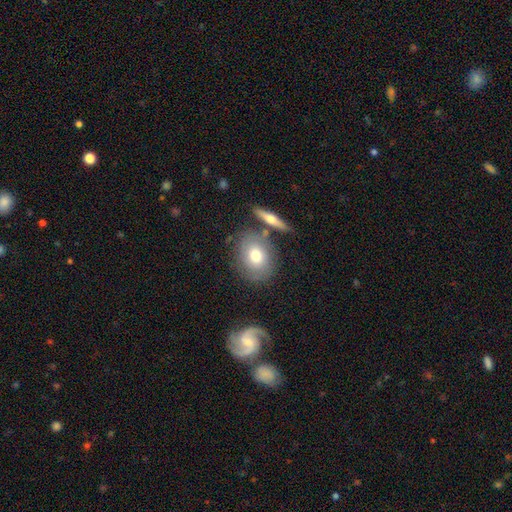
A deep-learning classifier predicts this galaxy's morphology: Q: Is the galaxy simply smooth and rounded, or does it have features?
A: smooth — 66%.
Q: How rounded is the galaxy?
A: round — 49%.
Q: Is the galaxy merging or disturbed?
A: none — 71%.